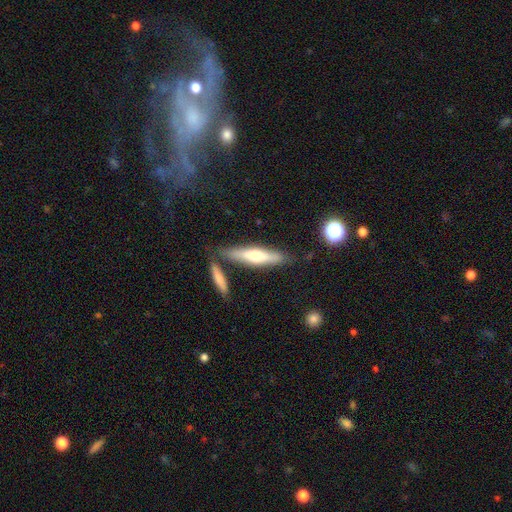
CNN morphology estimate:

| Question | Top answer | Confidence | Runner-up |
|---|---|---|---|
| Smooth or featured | smooth | 48% | featured or disk (46%) |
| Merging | none | 75% | minor disturbance (12%) |